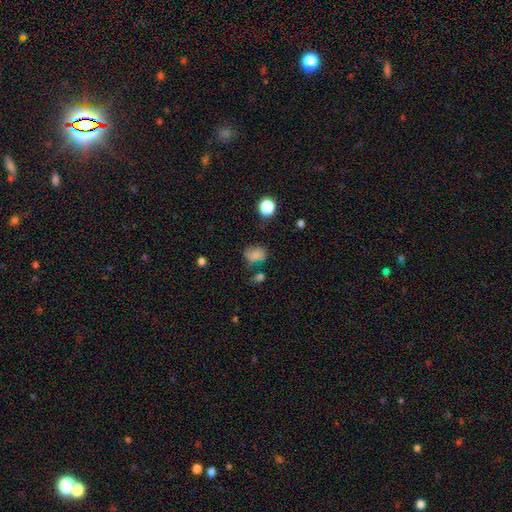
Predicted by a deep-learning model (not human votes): Overall: smooth (69%). How rounded: in between (52%; round 47%). Merging: none (50%; minor disturbance 28%).